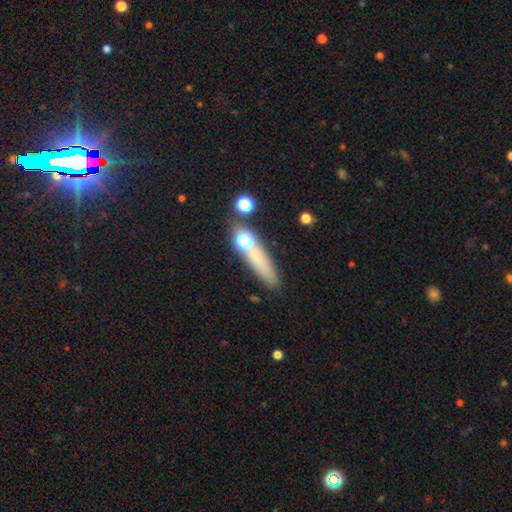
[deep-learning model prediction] Smooth or featured? smooth (61%)
How rounded? cigar-shaped (68%)
Merging? none (68%)